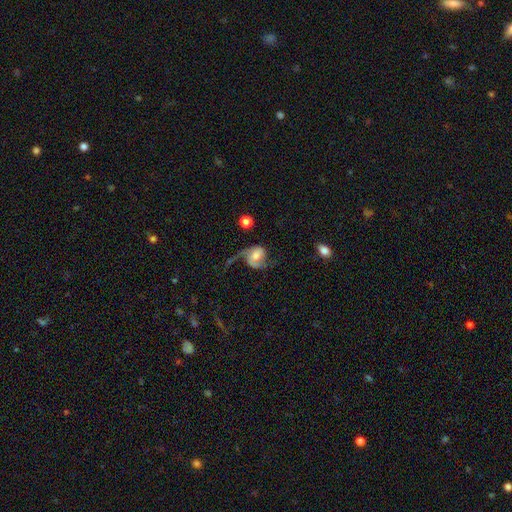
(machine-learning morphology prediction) Overall: featured or disk (70%). Edge-on disk: no (97%). Bar: no (62%; weak 30%). Spiral arms: yes (90%). Spiral arm count: 2 (66%; 1 27%). Spiral winding: loose (57%; medium 32%). Bulge size: moderate (47%; small 26%). Merging: major disturbance (37%, tied with none).